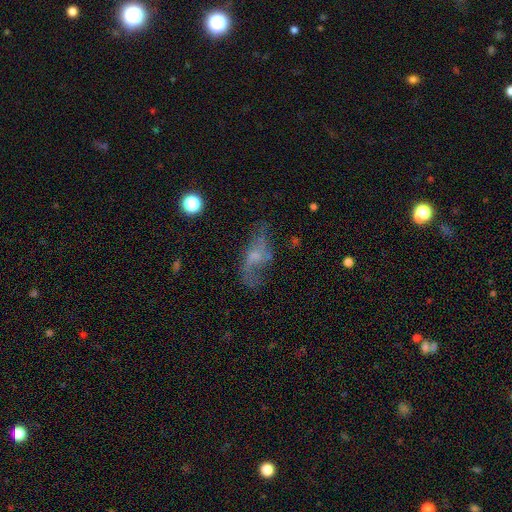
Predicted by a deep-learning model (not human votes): This appears to be a featured or disk galaxy (58%) with no bar (66%), spiral arms (66%) and a small central bulge (41%). Merging: none (46%).